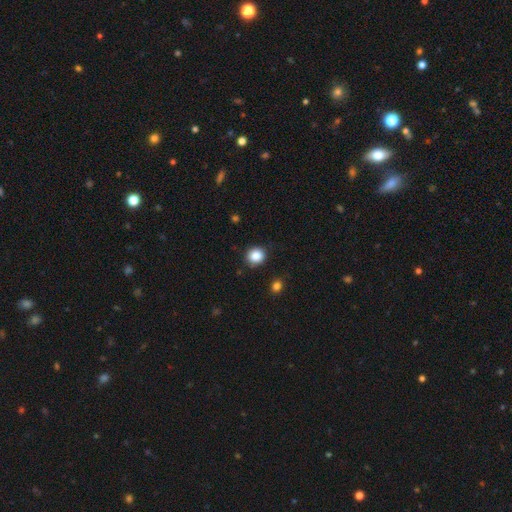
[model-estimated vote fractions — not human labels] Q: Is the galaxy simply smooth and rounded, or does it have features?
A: smooth — 85%.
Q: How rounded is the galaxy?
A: round — 89%.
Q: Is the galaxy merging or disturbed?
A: none — 89%.